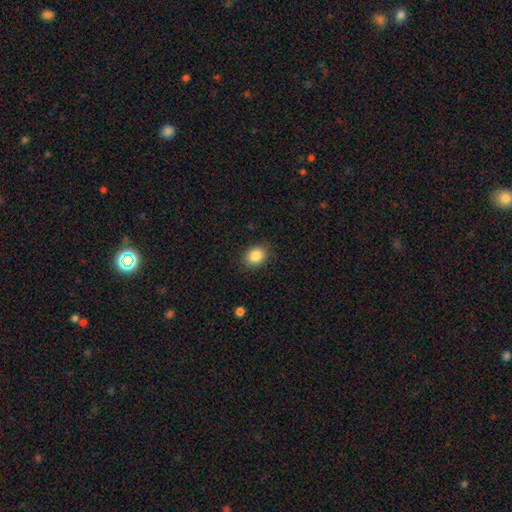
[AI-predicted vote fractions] Smooth or featured: smooth — 85% (star or artifact — 9%)
How rounded: round — 52% (in between — 47%)
Merging: none — 86% (minor disturbance — 11%)